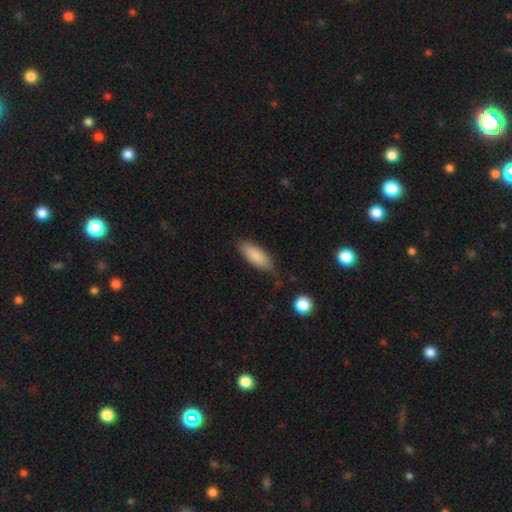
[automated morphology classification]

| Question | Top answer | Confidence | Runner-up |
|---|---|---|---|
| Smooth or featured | smooth | 87% | featured or disk (7%) |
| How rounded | in between | 76% | cigar-shaped (22%) |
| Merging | none | 74% | minor disturbance (20%) |